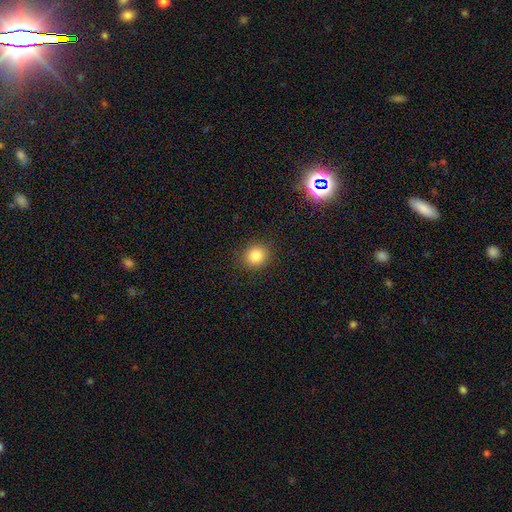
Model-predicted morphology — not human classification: smooth_or_featured: smooth (p=0.84) [alt: star or artifact p=0.11]
how_rounded: round (p=0.86) [alt: in between p=0.13]
merging: none (p=0.89) [alt: minor disturbance p=0.07]